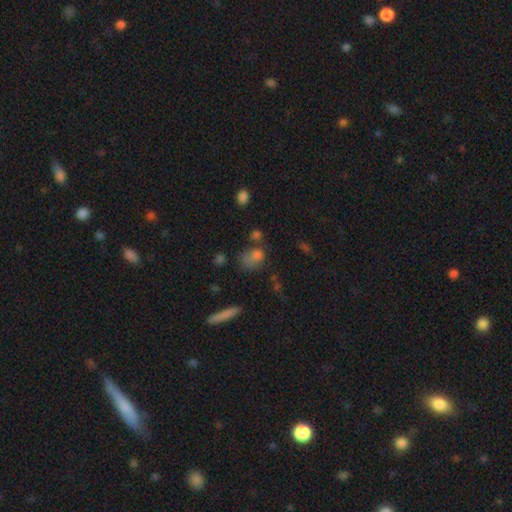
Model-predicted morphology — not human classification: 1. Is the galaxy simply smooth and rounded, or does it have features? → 71% smooth, 16% star or artifact, 13% featured or disk.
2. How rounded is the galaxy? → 59% in between, 36% round, 5% cigar-shaped.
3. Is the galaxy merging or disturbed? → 47% none, 20% minor disturbance, 19% merger, 13% major disturbance.